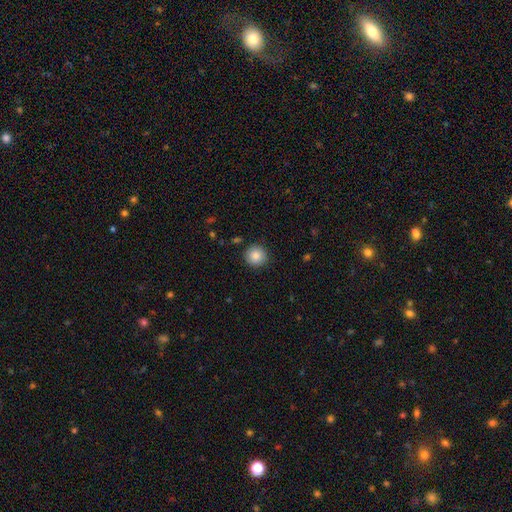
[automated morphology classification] smooth 85%, star or artifact 9%, featured or disk 6%. Down the decision tree: how rounded — round (94%); merging — none (90%).